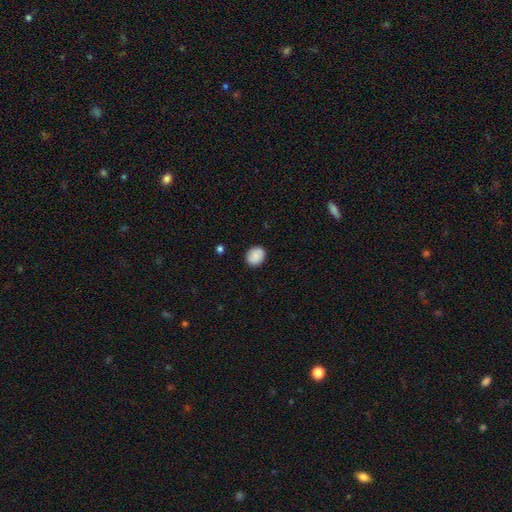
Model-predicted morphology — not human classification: A smooth galaxy with no disk features (86%) that is round (62%).

Vote fractions:
- Smooth or featured? smooth: 86% / star or artifact: 7% / featured or disk: 6%
- How rounded? round: 62% / in between: 38% / cigar-shaped: 1%
- Merging? none: 87% / minor disturbance: 9% / major disturbance: 2% / merger: 1%